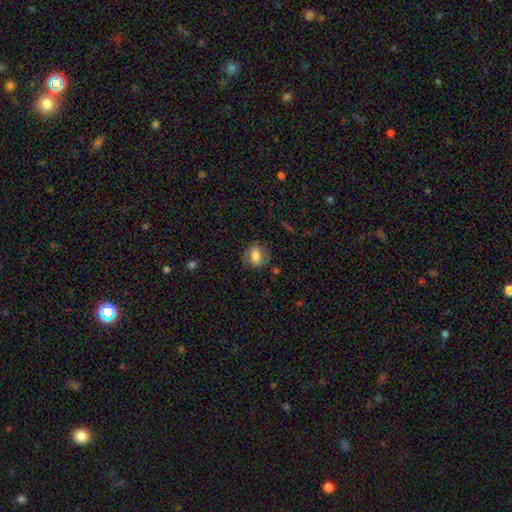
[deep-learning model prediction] Smooth or featured: smooth — 74% (featured or disk — 18%)
How rounded: in between — 61% (round — 37%)
Merging: none — 72% (minor disturbance — 19%)